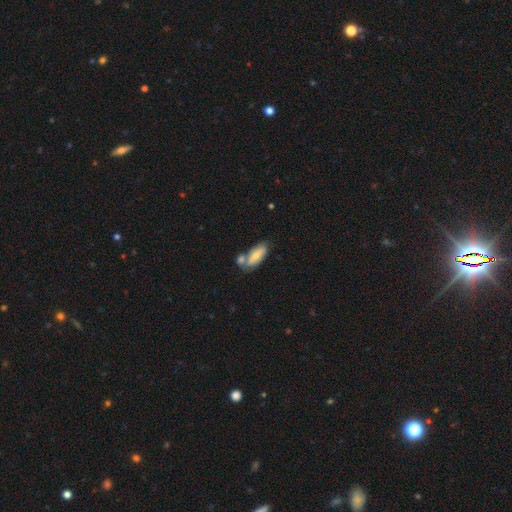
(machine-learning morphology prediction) smooth 72%, featured or disk 22%, star or artifact 6%. Down the decision tree: how rounded — in between (75%); merging — none (47%).